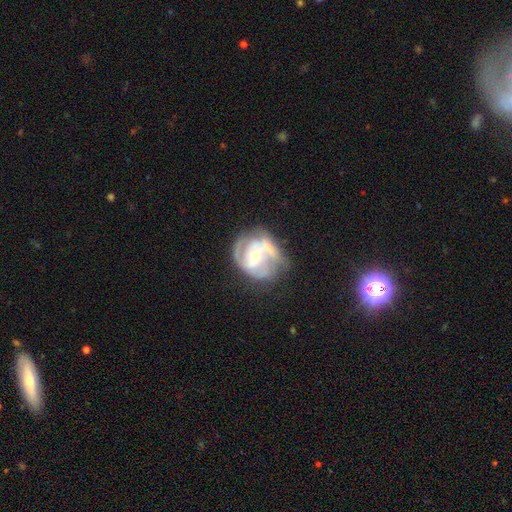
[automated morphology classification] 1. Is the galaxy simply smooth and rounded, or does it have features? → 83% featured or disk, 11% smooth, 5% star or artifact.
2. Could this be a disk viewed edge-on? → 98% no, 2% yes.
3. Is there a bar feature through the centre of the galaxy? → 42% no, 40% weak, 18% strong.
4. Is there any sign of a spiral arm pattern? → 92% yes, 8% no.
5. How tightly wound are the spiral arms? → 46% medium, 38% tight, 16% loose.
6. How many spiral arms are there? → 56% 2, 20% 3, 15% can't tell, 5% 1, 3% 4, 2% more than 4.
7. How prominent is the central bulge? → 59% moderate, 35% small, 3% large, 1% none, 1% dominant.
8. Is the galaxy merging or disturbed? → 55% none, 25% minor disturbance, 16% major disturbance, 4% merger.